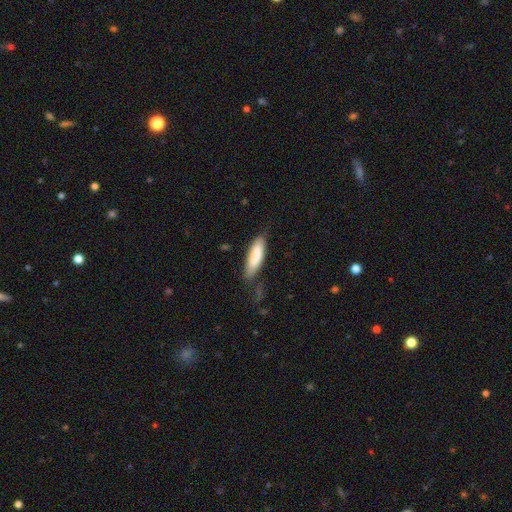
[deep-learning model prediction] Smooth or featured: smooth — 83% (featured or disk — 12%)
How rounded: cigar-shaped — 55% (in between — 44%)
Merging: none — 70% (minor disturbance — 22%)